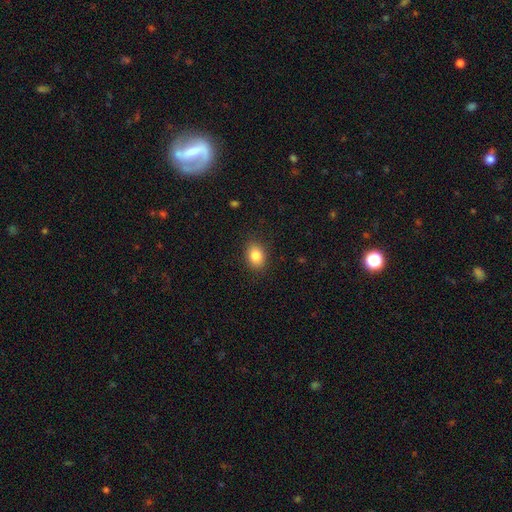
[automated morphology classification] Smooth or featured? Predicted: smooth (p=0.85). How rounded? Predicted: in between (p=0.69). Merging? Predicted: none (p=0.87).